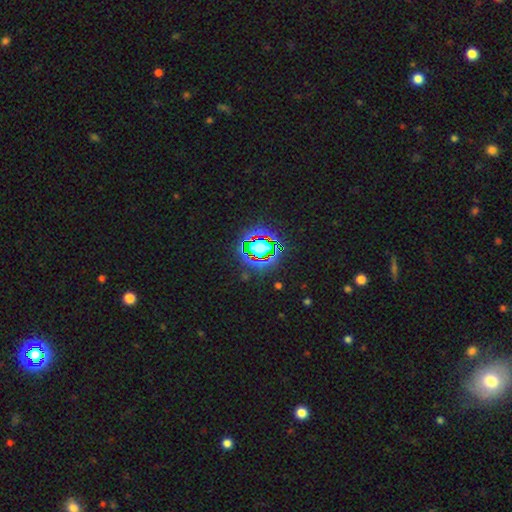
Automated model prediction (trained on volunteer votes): smooth-or-featured: star or artifact: 81% | smooth: 11% | featured or disk: 8%